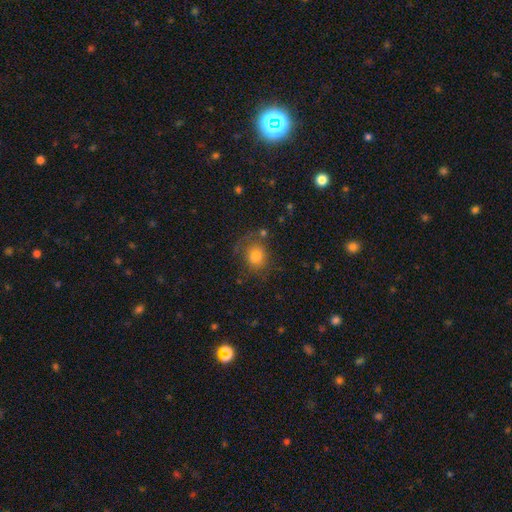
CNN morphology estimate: Q: Smooth or featured?
A: smooth (71%); runner-up: featured or disk (17%)
Q: How rounded?
A: round (70%); runner-up: in between (29%)
Q: Merging?
A: none (62%); runner-up: minor disturbance (21%)